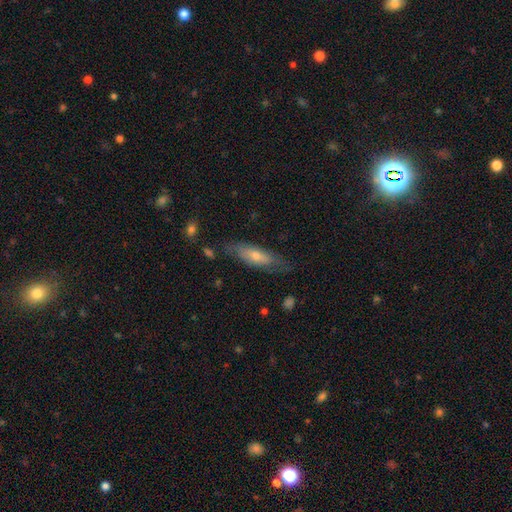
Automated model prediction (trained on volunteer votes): Q: Smooth or featured?
A: smooth (51%); runner-up: featured or disk (42%)
Q: How rounded?
A: cigar-shaped (60%); runner-up: in between (38%)
Q: Merging?
A: none (72%); runner-up: minor disturbance (20%)